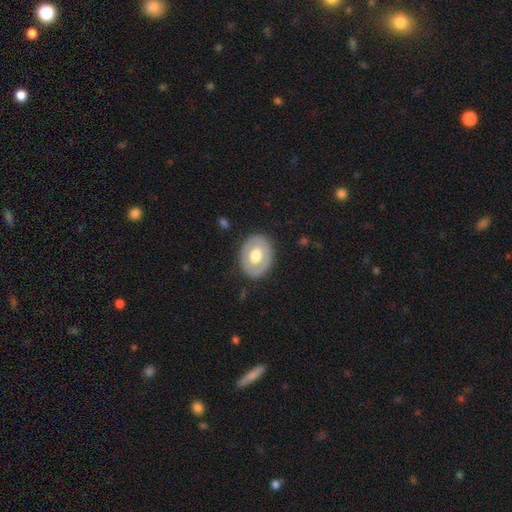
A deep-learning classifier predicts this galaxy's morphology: Smooth or featured? Predicted: smooth (p=0.52). How rounded? Predicted: in between (p=0.61). Merging? Predicted: none (p=0.84).